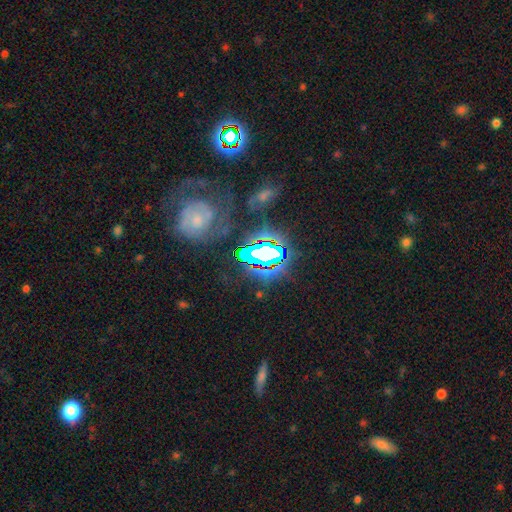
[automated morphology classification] This appears to be a star or artifact, not a galaxy (58%).